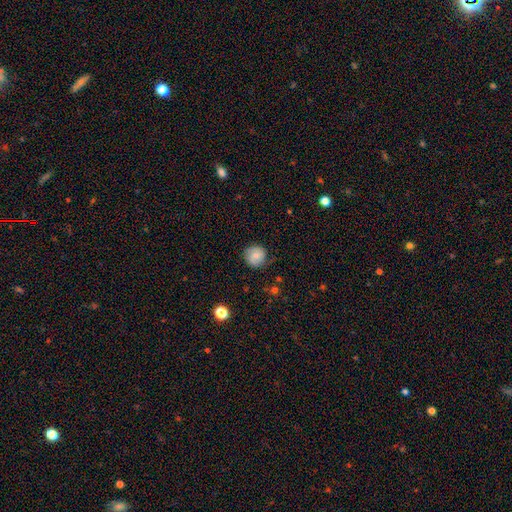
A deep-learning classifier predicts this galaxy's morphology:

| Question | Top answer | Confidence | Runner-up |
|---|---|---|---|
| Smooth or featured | smooth | 64% | featured or disk (27%) |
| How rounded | round | 90% | in between (9%) |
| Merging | none | 77% | minor disturbance (17%) |